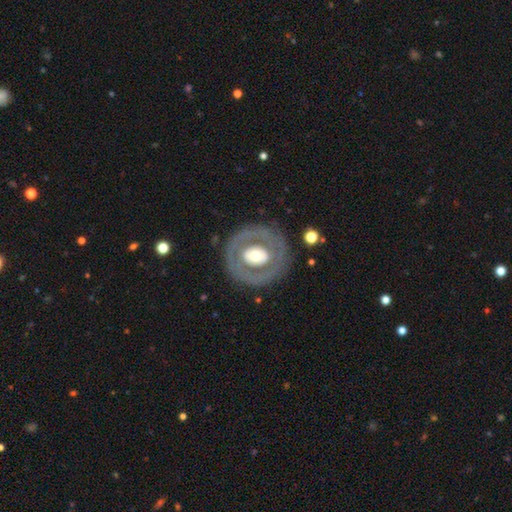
Morphology: type=featured or disk (62%); edge-on=no (100%); bar=no (68%); spiral arms=no (52%); bulge=large (52%); merging=none (87%).